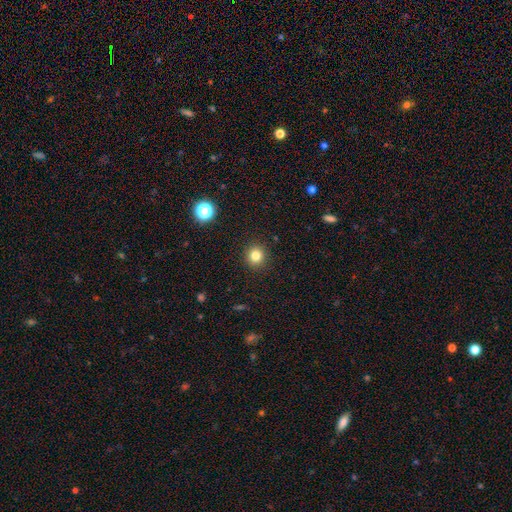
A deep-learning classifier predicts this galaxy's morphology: smooth-or-featured: smooth: 81% | star or artifact: 13% | featured or disk: 6%
  how-rounded: round: 91% | in between: 8% | cigar-shaped: 1%
  merging: none: 92% | minor disturbance: 5% | major disturbance: 2% | merger: 1%